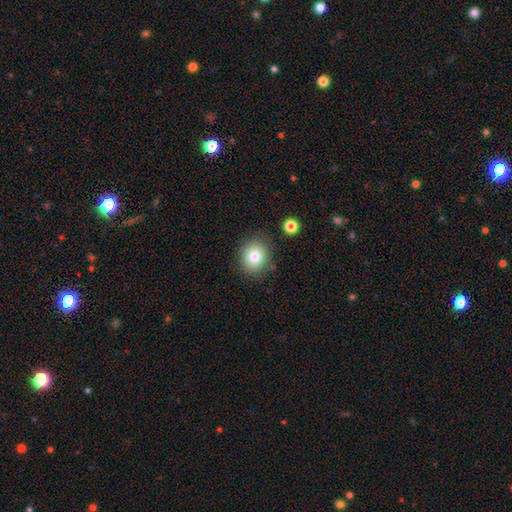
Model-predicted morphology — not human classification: Smooth or featured?
  - smooth: 80% *
  - star or artifact: 10%
  - featured or disk: 9%
How rounded?
  - round: 71% *
  - in between: 28%
  - cigar-shaped: 1%
Merging?
  - none: 84% *
  - minor disturbance: 10%
  - major disturbance: 3%
  - merger: 3%